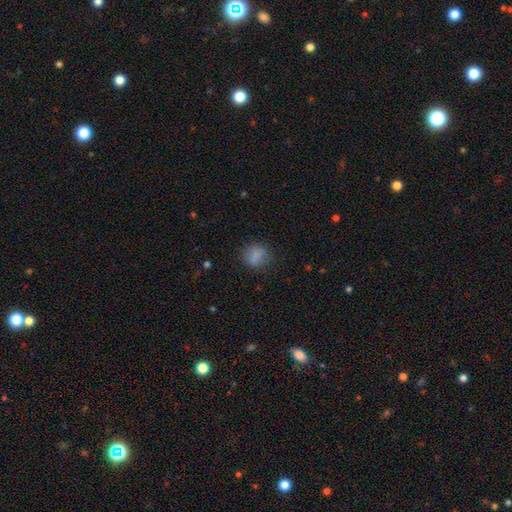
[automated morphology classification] smooth-or-featured: smooth: 76% | featured or disk: 12% | star or artifact: 11%
  how-rounded: round: 65% | in between: 33% | cigar-shaped: 2%
  merging: none: 73% | minor disturbance: 18% | major disturbance: 7% | merger: 3%